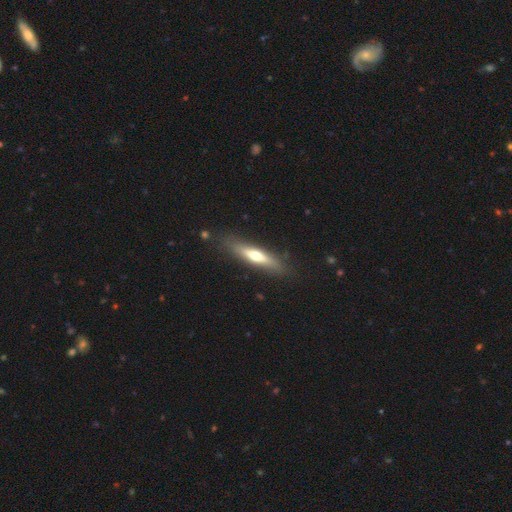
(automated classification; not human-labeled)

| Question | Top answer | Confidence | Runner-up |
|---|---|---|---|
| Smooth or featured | smooth | 49% | featured or disk (45%) |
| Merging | none | 84% | minor disturbance (11%) |